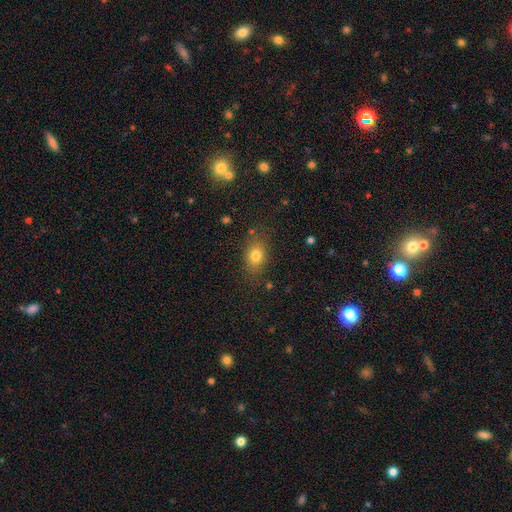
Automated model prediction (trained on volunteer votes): Overall: smooth (78%). How rounded: in between (71%). Merging: none (79%).